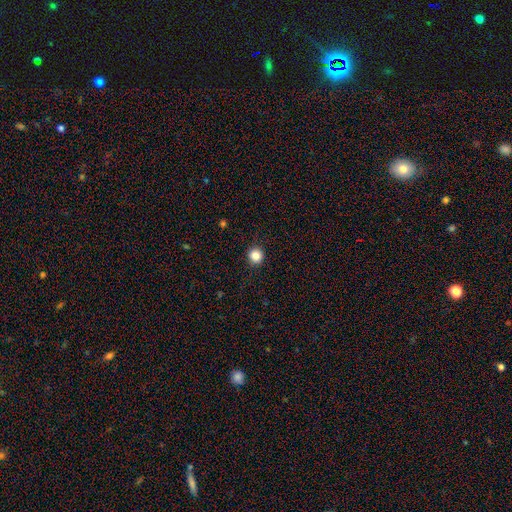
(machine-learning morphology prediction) Smooth or featured?
  - smooth: 85% *
  - star or artifact: 11%
  - featured or disk: 4%
How rounded?
  - round: 94% *
  - in between: 5%
  - cigar-shaped: 1%
Merging?
  - none: 92% *
  - minor disturbance: 6%
  - major disturbance: 2%
  - merger: 1%